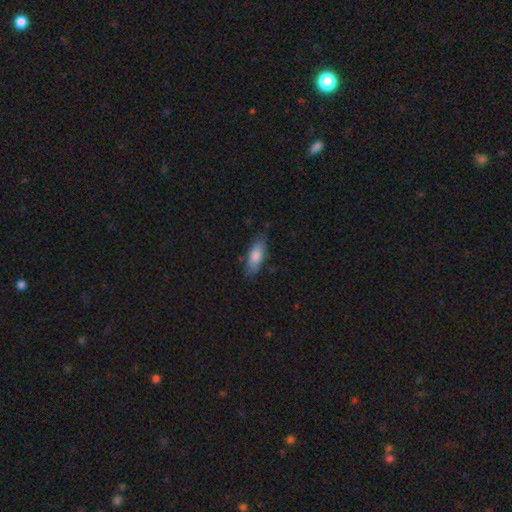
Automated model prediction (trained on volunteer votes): Morphology: type=smooth (76%); roundness=in between (67%); merging=none (80%).